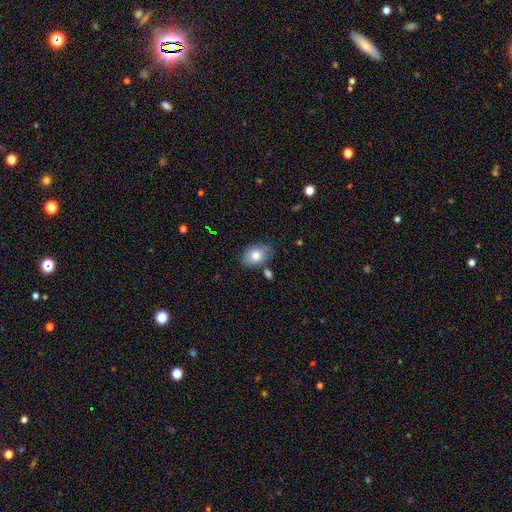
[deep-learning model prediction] smooth_or_featured: smooth (p=0.78) [alt: featured or disk p=0.14]
how_rounded: in between (p=0.79) [alt: round p=0.20]
merging: none (p=0.76) [alt: minor disturbance p=0.15]